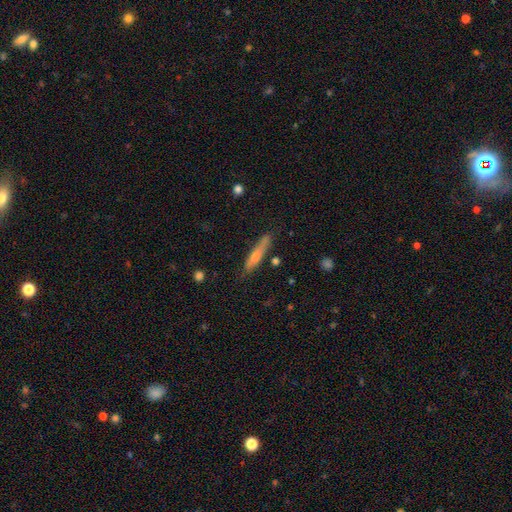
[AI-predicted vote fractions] This is likely a smooth galaxy (68%). How rounded: clearly cigar-shaped (88%). Merging: likely none (75%).